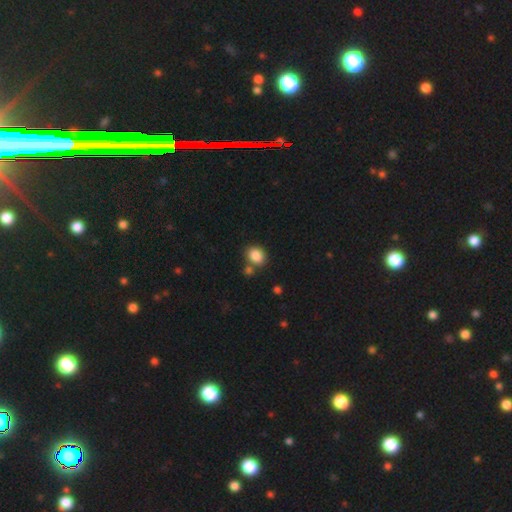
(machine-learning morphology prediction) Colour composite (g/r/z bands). It shows a smooth galaxy with no disk features (87%) that is in between round and cigar-shaped (52%). Merging: none (67%).